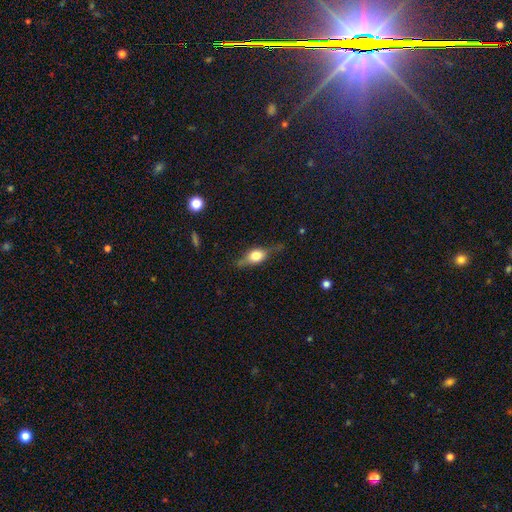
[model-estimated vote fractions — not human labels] Smooth or featured? Predicted: featured or disk (p=0.47). Merging? Predicted: none (p=0.67).